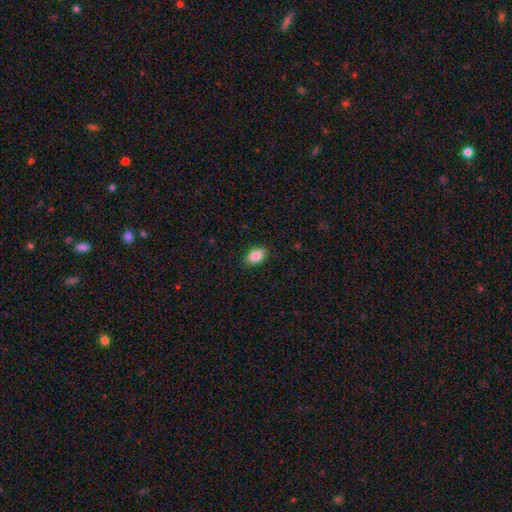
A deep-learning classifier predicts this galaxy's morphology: smooth 87%, star or artifact 8%, featured or disk 5%. Down the decision tree: how rounded — in between (88%); merging — none (89%).